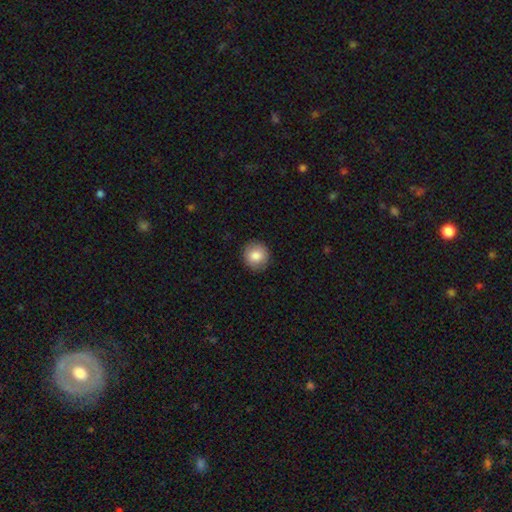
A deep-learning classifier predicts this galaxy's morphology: Smooth or featured? Predicted: smooth (p=0.85). How rounded? Predicted: round (p=0.92). Merging? Predicted: none (p=0.90).